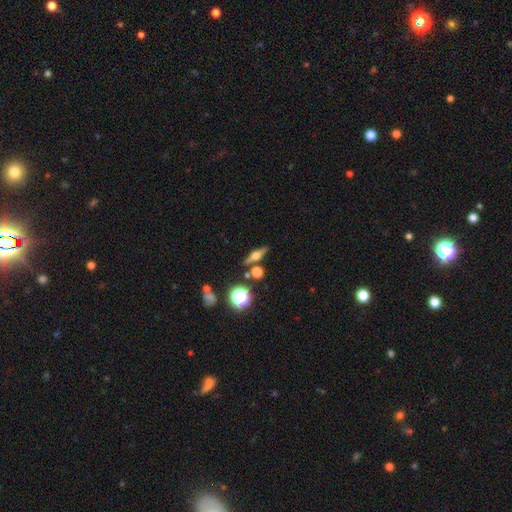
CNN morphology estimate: smooth_or_featured: featured or disk (p=0.61) [alt: smooth p=0.27]
disk_edge_on: yes (p=0.93) [alt: no p=0.07]
edge_on_bulge: rounded (p=0.94) [alt: boxy p=0.04]
merging: none (p=0.82) [alt: minor disturbance p=0.09]